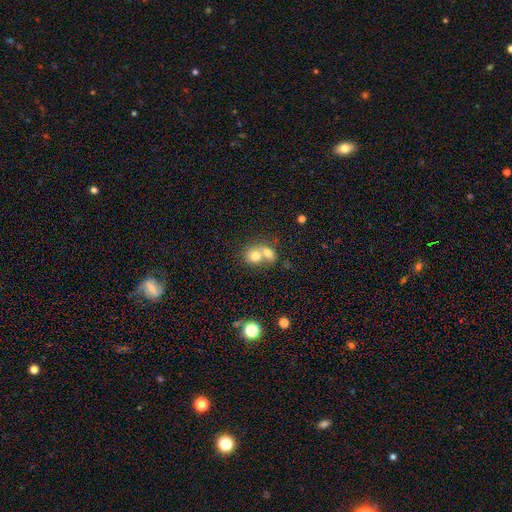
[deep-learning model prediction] The model was most divided on "how rounded": round: 67%, in between: 32%, cigar-shaped: 1%. More confident: smooth or featured — smooth (73%); merging — merger (69%).